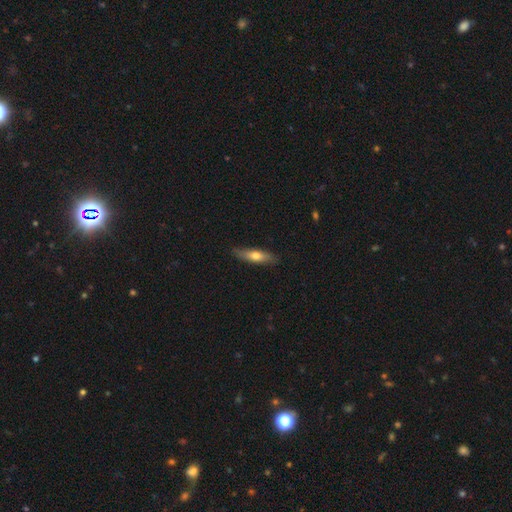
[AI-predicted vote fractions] Overall: smooth (62%; featured or disk 33%). How rounded: cigar-shaped (70%). Merging: none (85%).